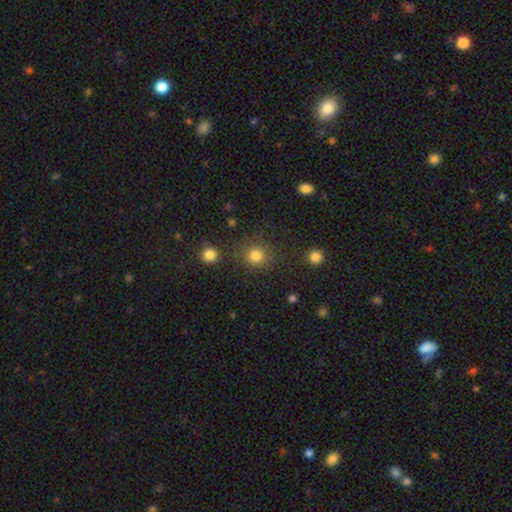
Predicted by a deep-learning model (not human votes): A smooth galaxy with no disk features (81%) that is round (89%). Merging: none (81%).